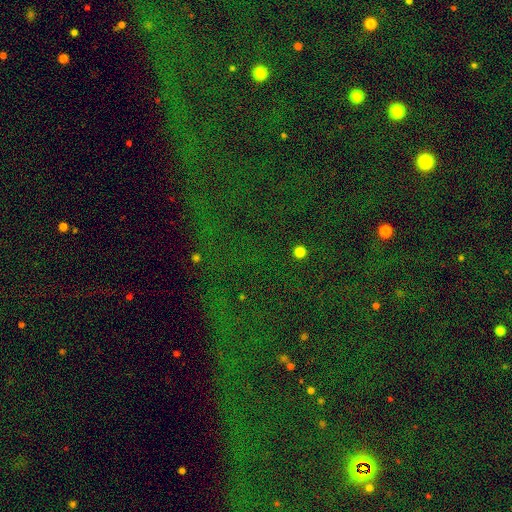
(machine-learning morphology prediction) type=star or artifact (81%).